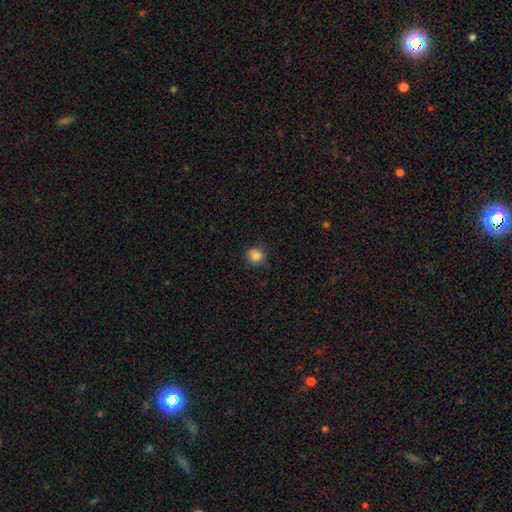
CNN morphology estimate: type=smooth (85%); roundness=round (85%); merging=none (80%).